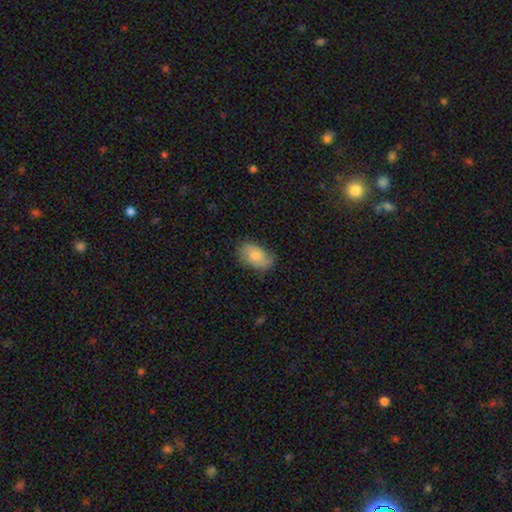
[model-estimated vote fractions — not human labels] Smooth or featured: smooth — 74% (featured or disk — 19%)
How rounded: in between — 92% (round — 6%)
Merging: none — 69% (minor disturbance — 24%)